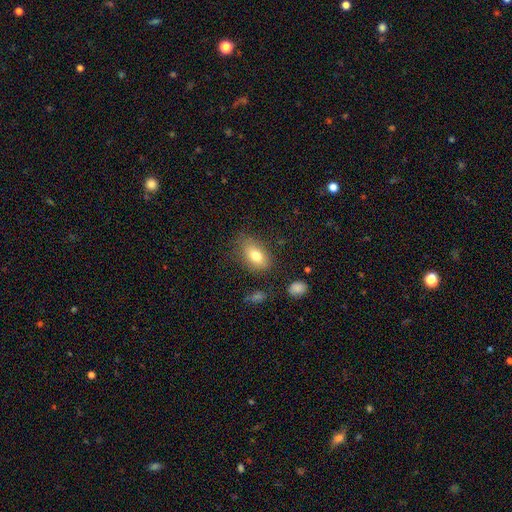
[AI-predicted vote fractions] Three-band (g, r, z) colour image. It shows a smooth galaxy with no disk features (76%) that is in between round and cigar-shaped (86%). Merging: none (75%).